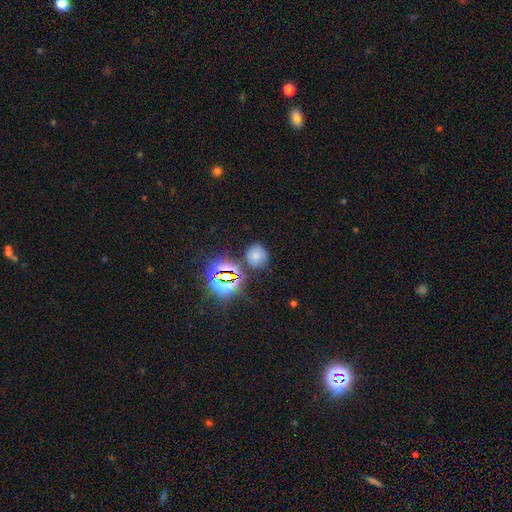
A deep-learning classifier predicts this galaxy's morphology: smooth_or_featured: smooth (p=0.65) [alt: star or artifact p=0.27]
how_rounded: round (p=0.82) [alt: in between p=0.17]
merging: none (p=0.78) [alt: minor disturbance p=0.12]